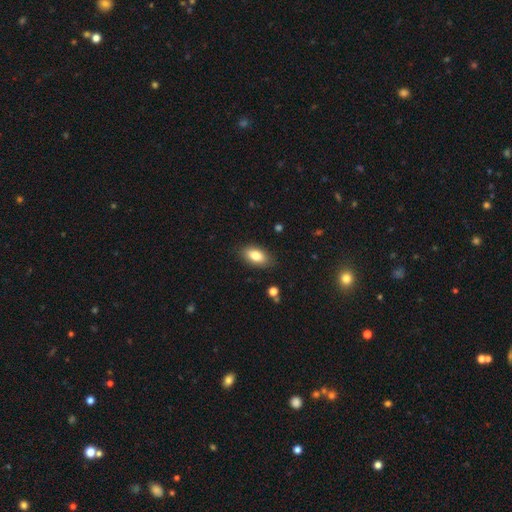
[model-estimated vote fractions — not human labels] smooth-or-featured: smooth: 82% | featured or disk: 11% | star or artifact: 7%
  how-rounded: in between: 91% | round: 4% | cigar-shaped: 4%
  merging: none: 86% | minor disturbance: 10% | major disturbance: 2% | merger: 1%